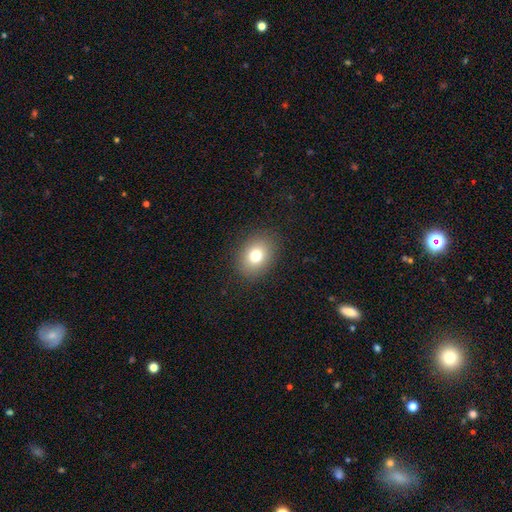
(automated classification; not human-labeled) Smooth or featured?
  - smooth: 77% *
  - star or artifact: 12%
  - featured or disk: 11%
How rounded?
  - in between: 61% *
  - round: 38%
  - cigar-shaped: 1%
Merging?
  - none: 88% *
  - minor disturbance: 8%
  - major disturbance: 3%
  - merger: 1%